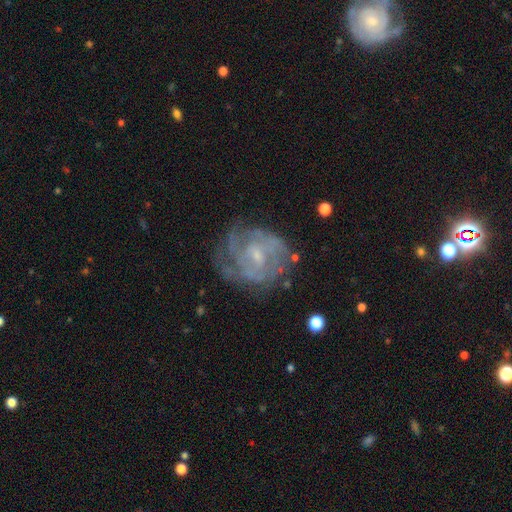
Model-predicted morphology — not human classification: type=featured or disk (71%); edge-on=no (97%); bar=no (46%); spiral arms=yes (86%); winding=tight (56%); arm count=can't tell (44%); bulge=small (59%); merging=none (73%).